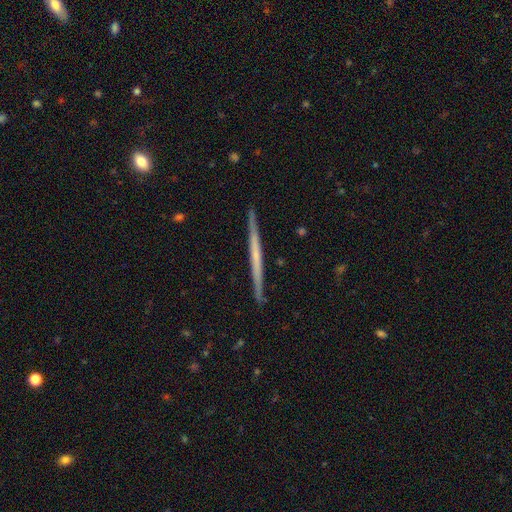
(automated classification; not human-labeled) Q: Smooth or featured?
A: featured or disk (59%); runner-up: smooth (36%)
Q: Edge-on disk?
A: yes (98%); runner-up: no (2%)
Q: Edge-on bulge?
A: none (86%); runner-up: rounded (9%)
Q: Merging?
A: none (92%); runner-up: minor disturbance (6%)